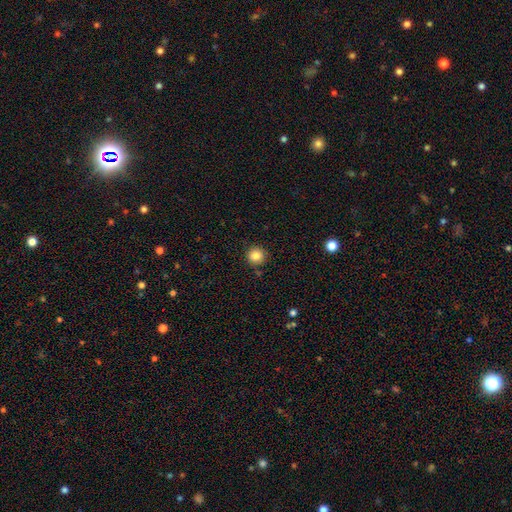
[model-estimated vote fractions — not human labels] Smooth or featured: smooth — 84% (star or artifact — 11%)
How rounded: round — 94% (in between — 5%)
Merging: none — 89% (minor disturbance — 7%)